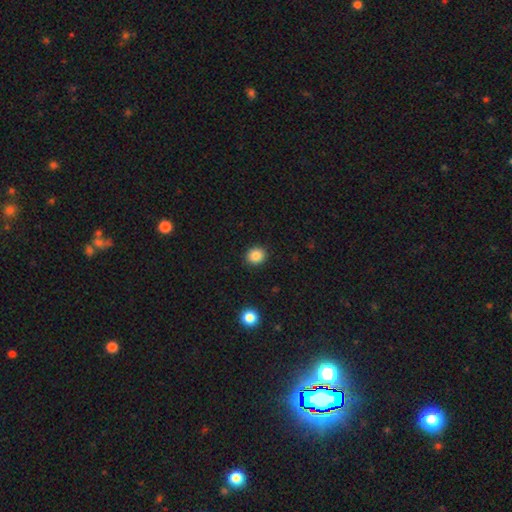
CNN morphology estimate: Q: Smooth or featured?
A: smooth (86%); runner-up: star or artifact (10%)
Q: How rounded?
A: round (82%); runner-up: in between (17%)
Q: Merging?
A: none (92%); runner-up: minor disturbance (5%)